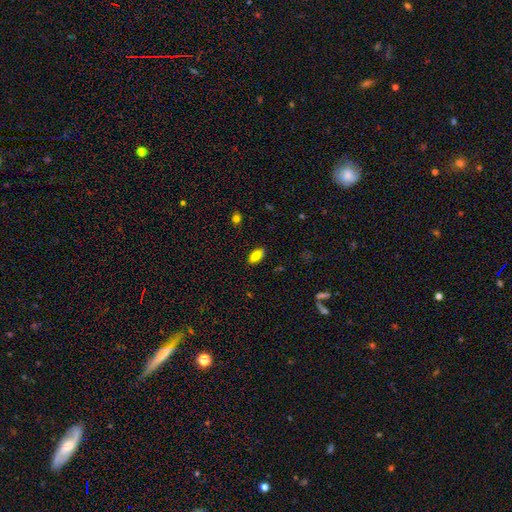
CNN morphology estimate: A smooth galaxy with no disk features (81%) that is in between round and cigar-shaped (92%). Merging: none (85%).